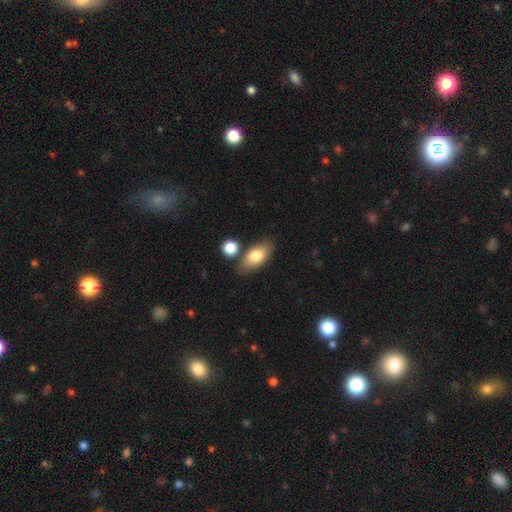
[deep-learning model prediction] Overall: smooth (77%). How rounded: in between (87%). Merging: none (72%).